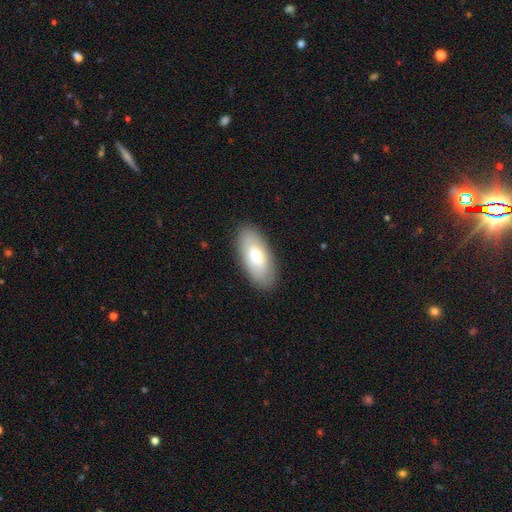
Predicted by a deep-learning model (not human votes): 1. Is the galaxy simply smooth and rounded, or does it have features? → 69% smooth, 24% featured or disk, 7% star or artifact.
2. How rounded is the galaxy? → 90% in between, 8% cigar-shaped, 2% round.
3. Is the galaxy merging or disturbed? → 89% none, 8% minor disturbance, 2% major disturbance, 1% merger.